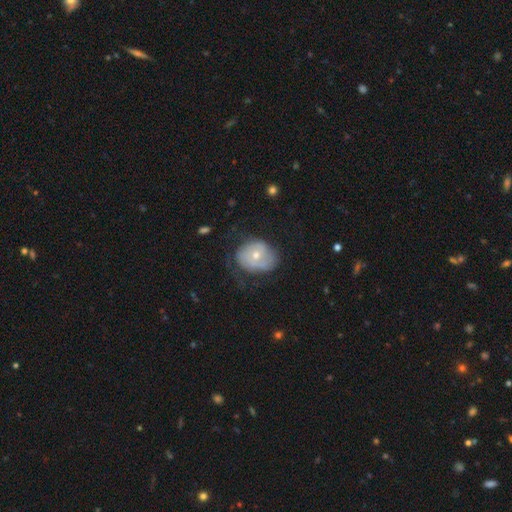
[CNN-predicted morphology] Q: Smooth or featured?
A: featured or disk (51%); runner-up: smooth (41%)
Q: Edge-on disk?
A: no (96%); runner-up: yes (4%)
Q: Merging?
A: none (47%); runner-up: minor disturbance (29%)